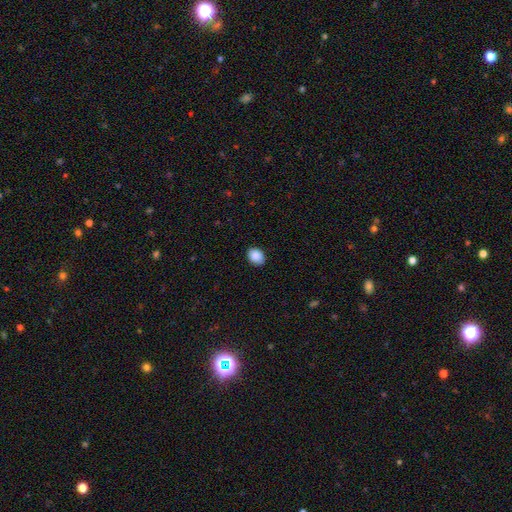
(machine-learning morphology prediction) Smooth or featured: smooth — 89% (star or artifact — 8%)
How rounded: in between — 63% (round — 36%)
Merging: none — 88% (minor disturbance — 9%)